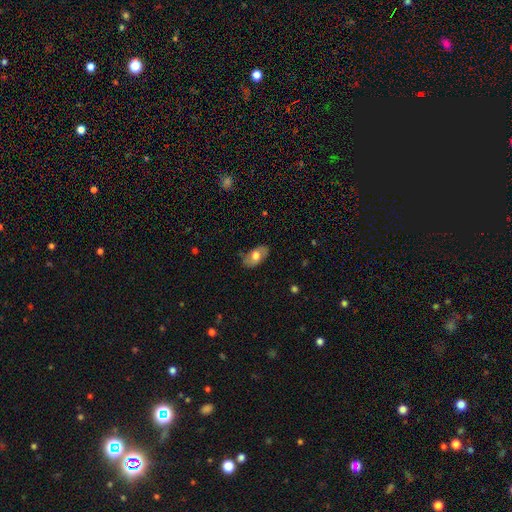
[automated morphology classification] smooth-or-featured: smooth: 62% | featured or disk: 31% | star or artifact: 7%
  how-rounded: in between: 91% | round: 6% | cigar-shaped: 3%
  merging: none: 74% | minor disturbance: 20% | major disturbance: 5% | merger: 1%